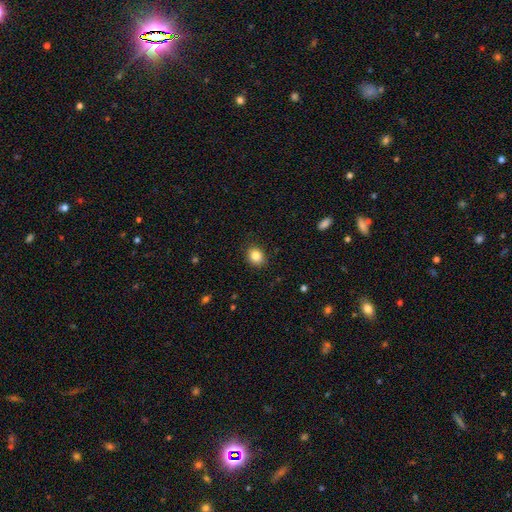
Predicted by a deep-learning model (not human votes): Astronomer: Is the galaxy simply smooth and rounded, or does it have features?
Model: smooth — 85%.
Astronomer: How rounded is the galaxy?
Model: round — 59% (runner-up: in between, 41%).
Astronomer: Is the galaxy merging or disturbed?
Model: none — 89%.